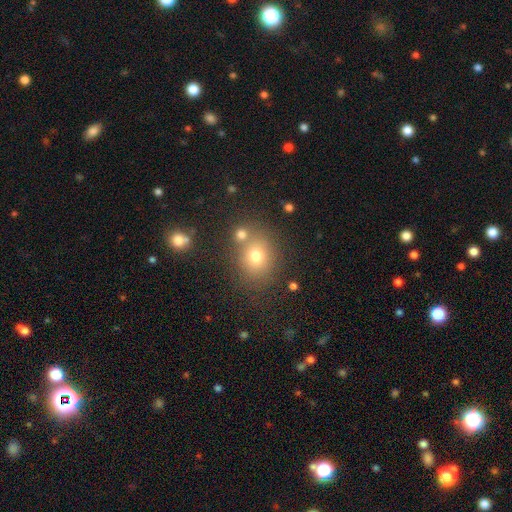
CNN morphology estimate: Smooth or featured? smooth (72%)
How rounded? round (67%)
Merging? none (68%)